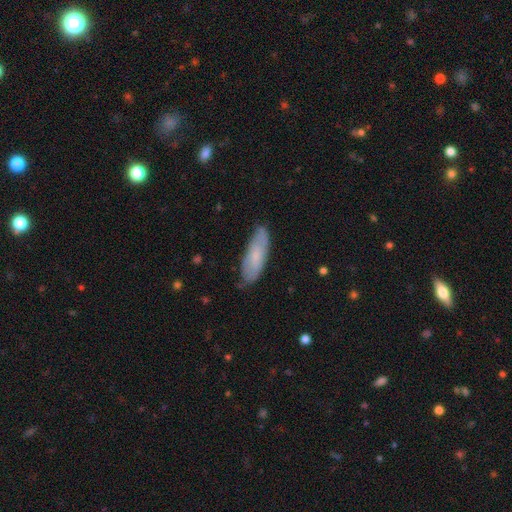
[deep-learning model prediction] Smooth or featured? Predicted: smooth (p=0.62). How rounded? Predicted: in between (p=0.56). Merging? Predicted: none (p=0.78).